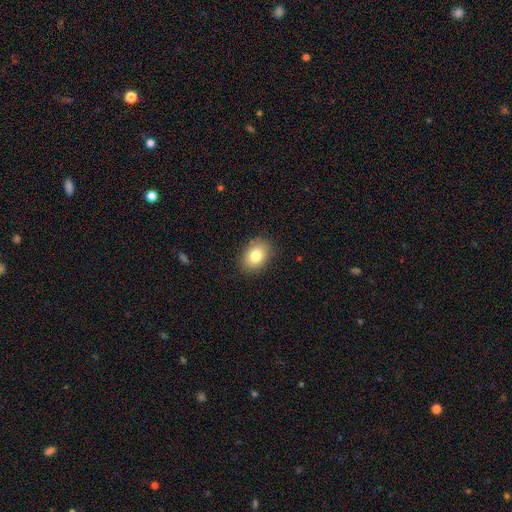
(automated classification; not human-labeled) smooth 81%, featured or disk 10%, star or artifact 9%. Down the decision tree: how rounded — in between (72%); merging — none (87%).